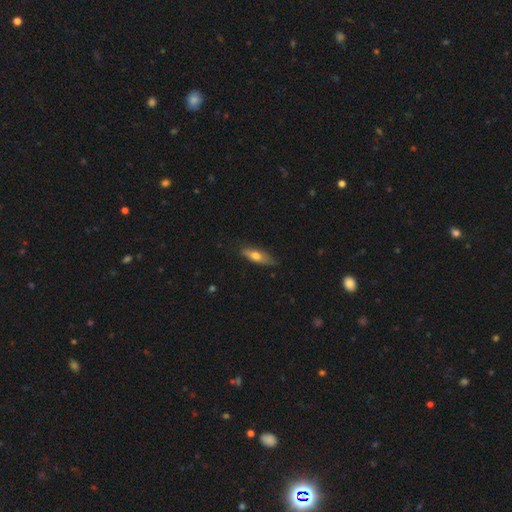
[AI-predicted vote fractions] smooth_or_featured: smooth (p=0.61) [alt: featured or disk p=0.33]
how_rounded: in between (p=0.50) [alt: cigar-shaped p=0.47]
merging: none (p=0.73) [alt: minor disturbance p=0.22]